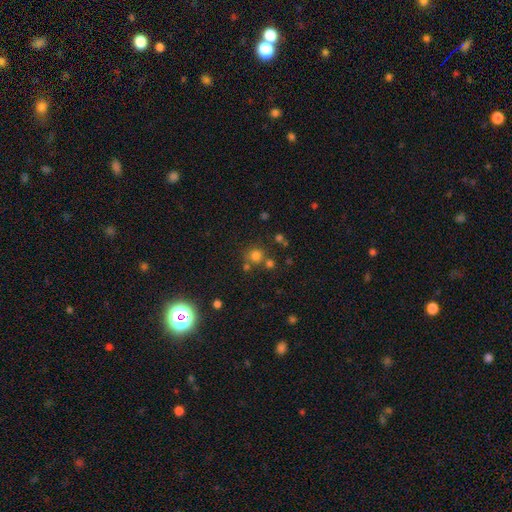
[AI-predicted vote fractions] This appears to be a smooth galaxy with no disk features (73%) that is round (90%). Merging: none (68%).